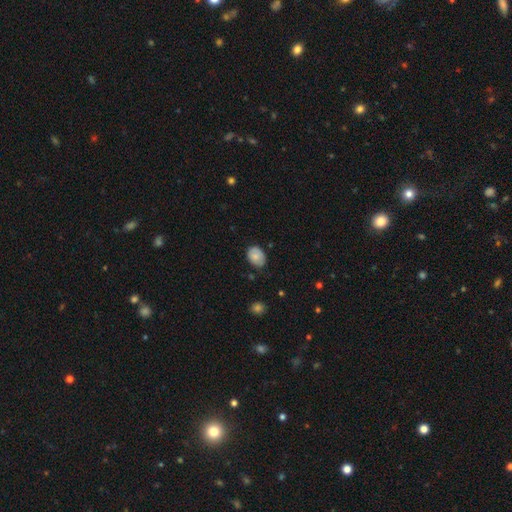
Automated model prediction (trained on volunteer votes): Overall: smooth (77%). How rounded: in between (68%; round 31%). Merging: none (70%).